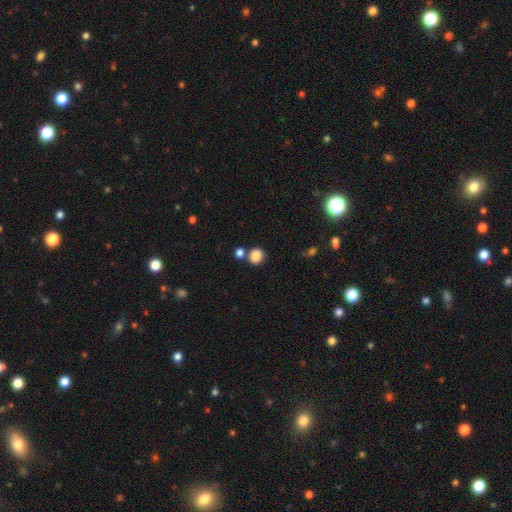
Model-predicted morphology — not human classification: Smooth or featured? Predicted: smooth (p=0.86). How rounded? Predicted: round (p=0.84). Merging? Predicted: none (p=0.67).